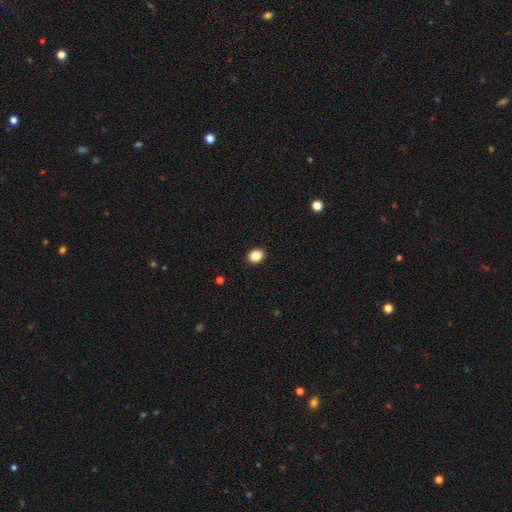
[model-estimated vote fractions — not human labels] A smooth galaxy with no disk features (87%) that is round (51%). Merging: none (92%).